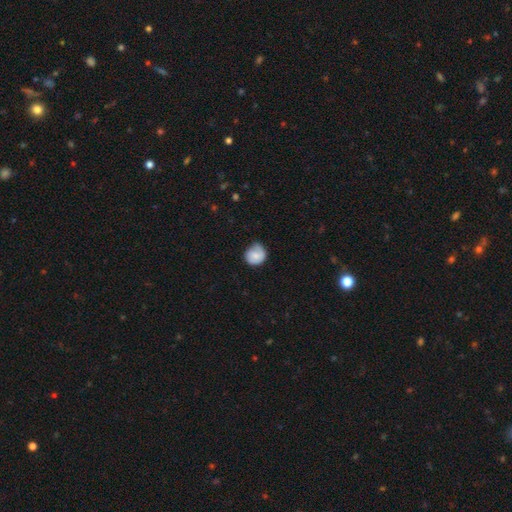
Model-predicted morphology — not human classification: Smooth or featured? smooth (75%)
How rounded? round (84%)
Merging? none (60%)